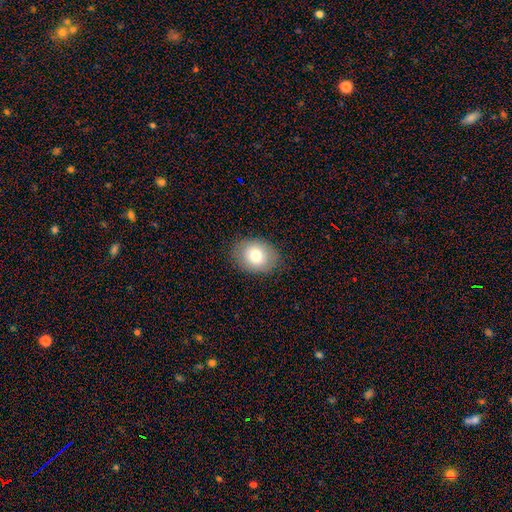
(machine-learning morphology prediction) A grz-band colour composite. It shows a smooth galaxy with no disk features (78%) that is in between round and cigar-shaped (59%). Merging: none (85%).